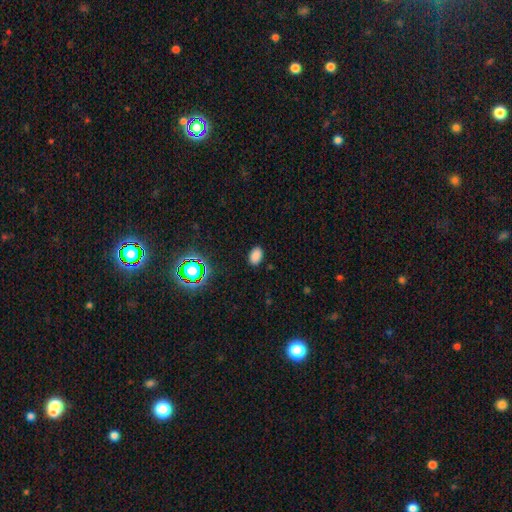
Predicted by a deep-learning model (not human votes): smooth-or-featured: smooth: 81% | star or artifact: 15% | featured or disk: 4%
  how-rounded: in between: 86% | round: 12% | cigar-shaped: 1%
  merging: none: 87% | minor disturbance: 9% | major disturbance: 3% | merger: 1%